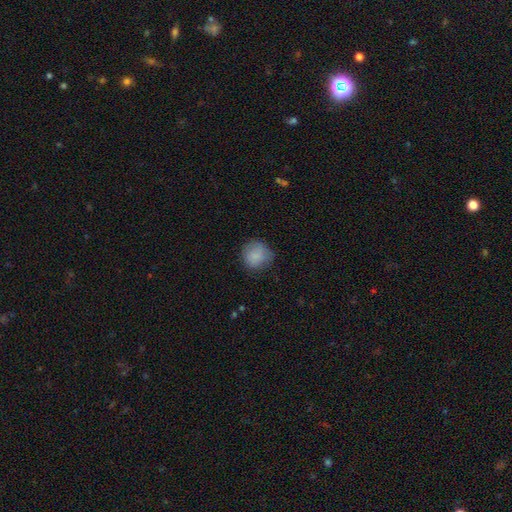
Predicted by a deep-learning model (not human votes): smooth 85%, star or artifact 8%, featured or disk 7%. Down the decision tree: how rounded — round (89%); merging — none (75%).